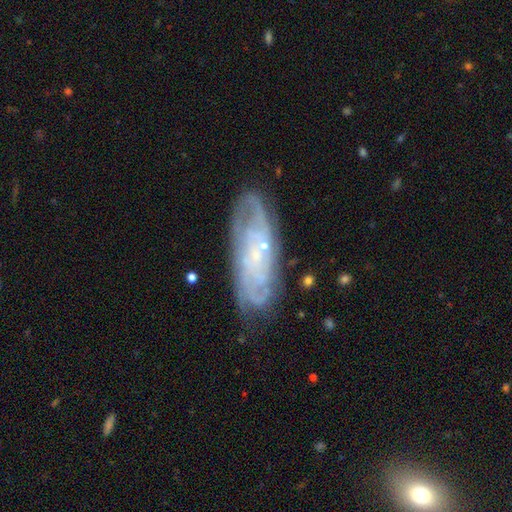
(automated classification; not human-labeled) featured or disk 80%, smooth 13%, star or artifact 7%. Down the decision tree: edge-on disk — no (89%); bar — no (71%); spiral arms — yes (91%); spiral arm count — can't tell (45%); spiral winding — tight (68%); bulge size — small (81%); merging — none (73%).